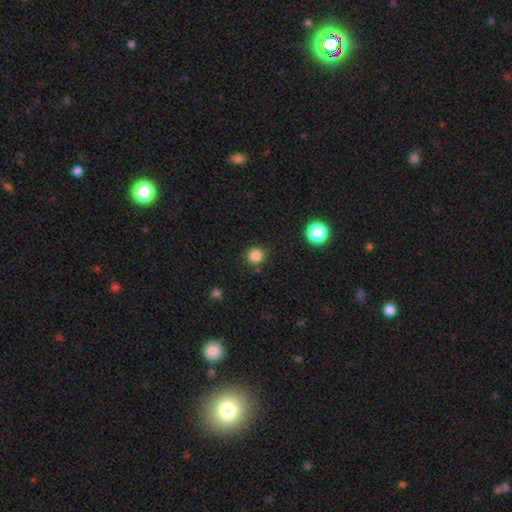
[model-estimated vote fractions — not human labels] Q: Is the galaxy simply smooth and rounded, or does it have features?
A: smooth — 84%.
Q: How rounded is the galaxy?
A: round — 92%.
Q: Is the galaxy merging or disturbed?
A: none — 83%.